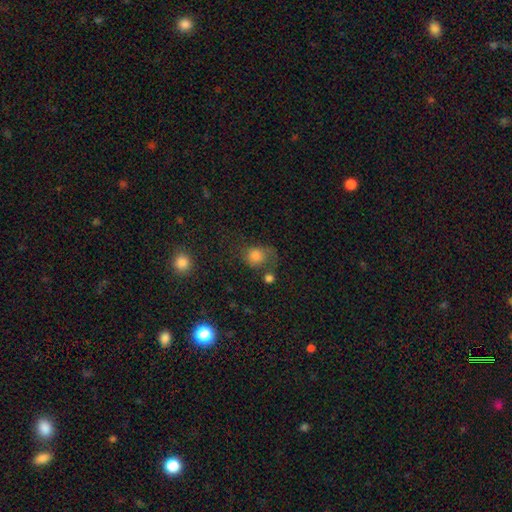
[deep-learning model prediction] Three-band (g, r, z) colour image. It shows a smooth galaxy with no disk features (74%) that is round (71%). Merging: none (42%).